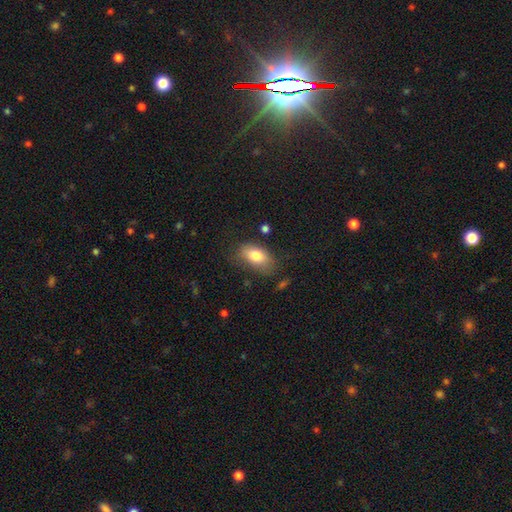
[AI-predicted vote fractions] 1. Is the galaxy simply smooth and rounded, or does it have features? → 80% smooth, 13% featured or disk, 8% star or artifact.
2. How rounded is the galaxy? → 91% in between, 7% round, 2% cigar-shaped.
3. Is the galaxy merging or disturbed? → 67% none, 22% minor disturbance, 8% major disturbance, 3% merger.